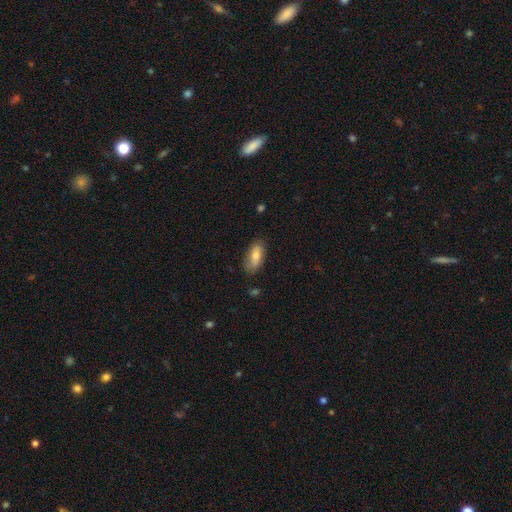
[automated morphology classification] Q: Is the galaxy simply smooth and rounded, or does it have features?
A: smooth — 69%.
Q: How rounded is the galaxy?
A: in between — 86%.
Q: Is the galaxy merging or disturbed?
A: none — 73%.